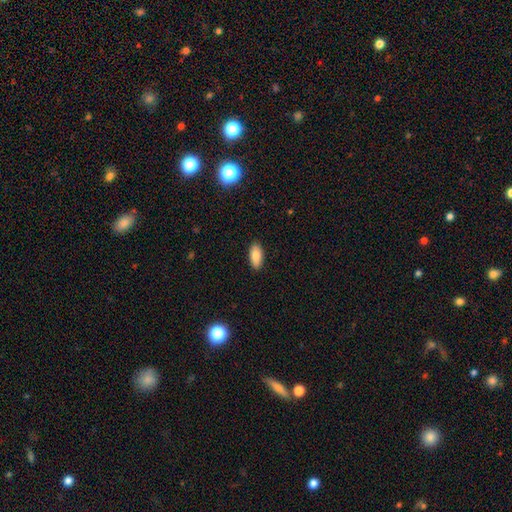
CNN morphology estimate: Overall: smooth (86%). How rounded: in between (90%). Merging: none (89%).